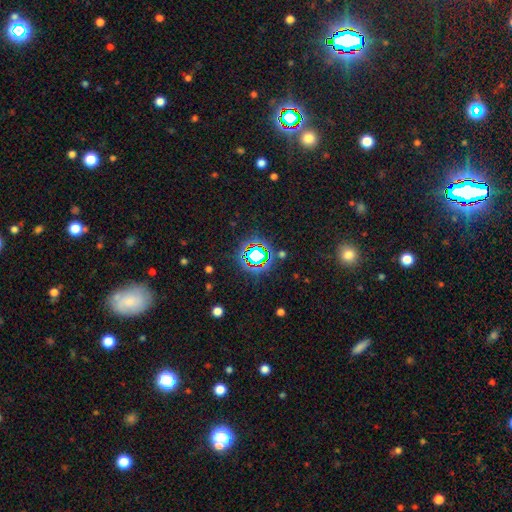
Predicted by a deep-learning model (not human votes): This is likely a star or artifact rather than a galaxy (71%).